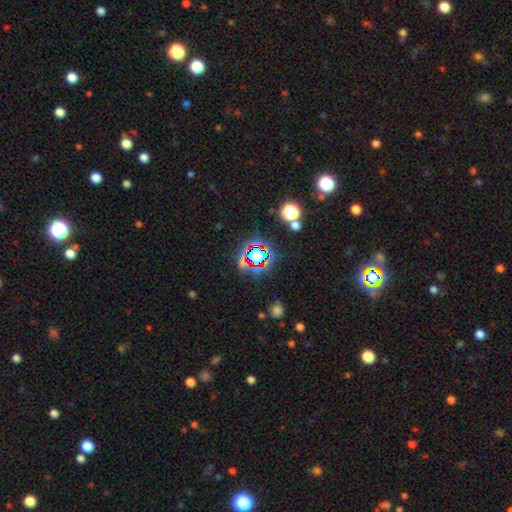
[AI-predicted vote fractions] star or artifact 73%, smooth 16%, featured or disk 10%.